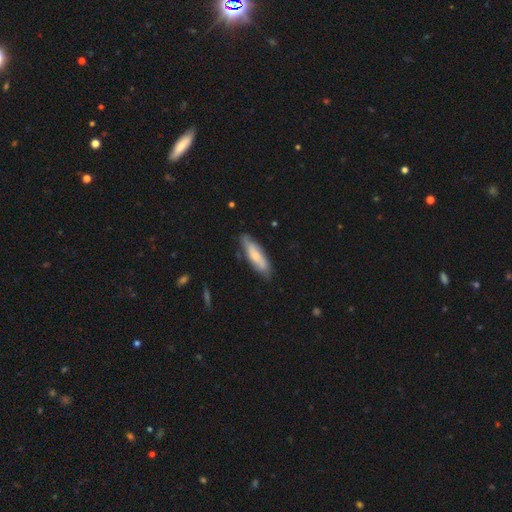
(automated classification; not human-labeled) A smooth galaxy with no disk features (54%) that is cigar-shaped (57%).

Vote fractions:
- Smooth or featured? smooth: 54% / featured or disk: 41% / star or artifact: 6%
- How rounded? cigar-shaped: 57% / in between: 41% / round: 2%
- Merging? none: 76% / minor disturbance: 19% / major disturbance: 4% / merger: 2%